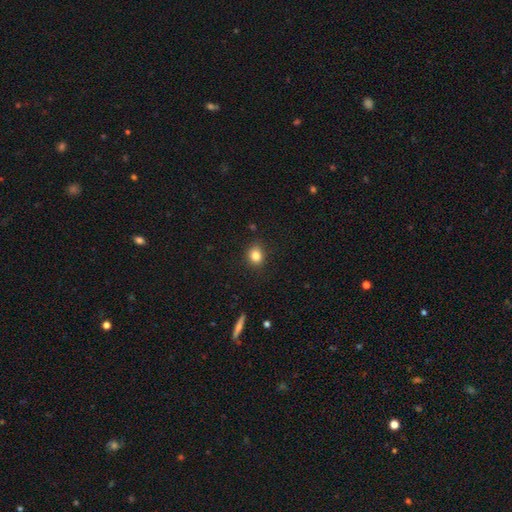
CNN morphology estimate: Smooth or featured? Predicted: smooth (p=0.82). How rounded? Predicted: round (p=0.67). Merging? Predicted: none (p=0.87).